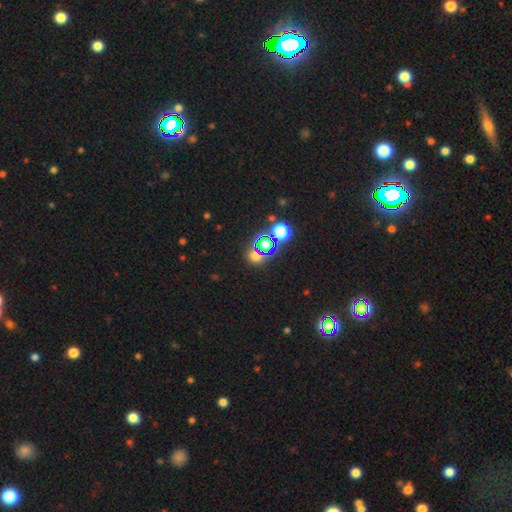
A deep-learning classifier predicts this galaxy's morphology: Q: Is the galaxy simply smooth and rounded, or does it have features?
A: star or artifact — 46%, tied with smooth.